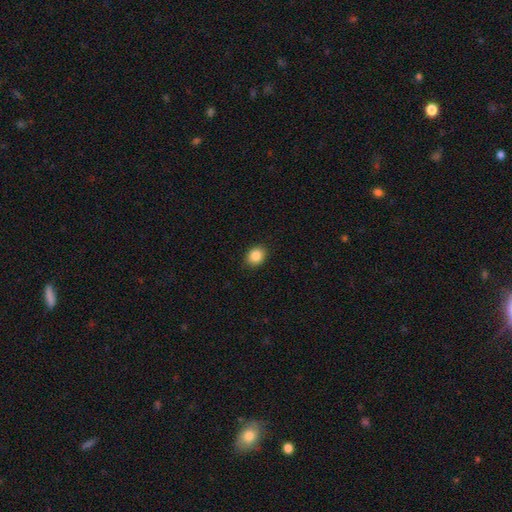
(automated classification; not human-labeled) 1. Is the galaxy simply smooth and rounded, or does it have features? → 87% smooth, 9% star or artifact, 4% featured or disk.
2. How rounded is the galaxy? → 51% round, 49% in between, 1% cigar-shaped.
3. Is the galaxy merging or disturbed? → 89% none, 8% minor disturbance, 2% major disturbance, 1% merger.